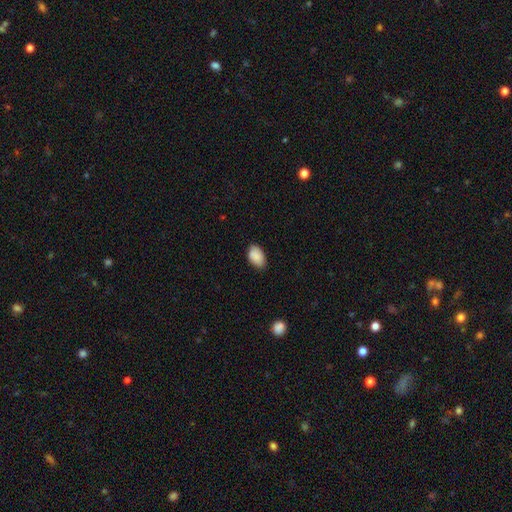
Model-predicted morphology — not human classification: Smooth or featured: smooth — 89% (star or artifact — 7%)
How rounded: in between — 91% (round — 7%)
Merging: none — 79% (minor disturbance — 18%)